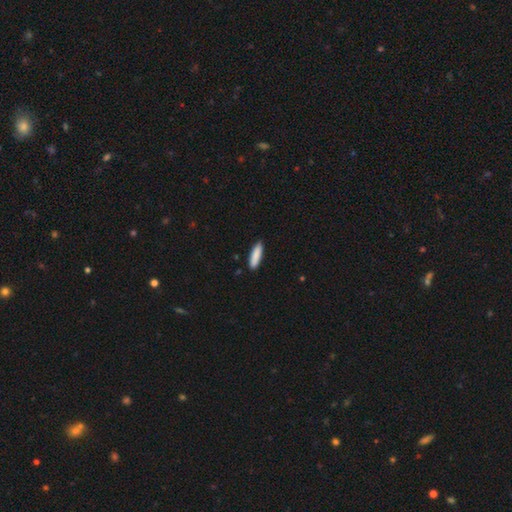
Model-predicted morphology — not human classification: This appears to be a smooth galaxy with no disk features (88%) that is cigar-shaped (68%). Merging: none (88%).